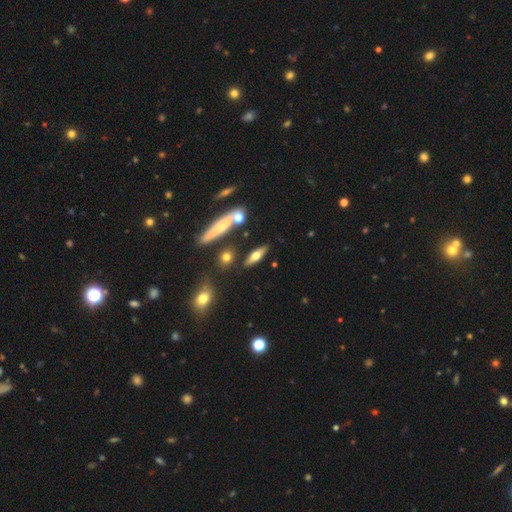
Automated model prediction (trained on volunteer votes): Smooth or featured? Predicted: smooth (p=0.53). How rounded? Predicted: in between (p=0.49). Merging? Predicted: none (p=0.80).